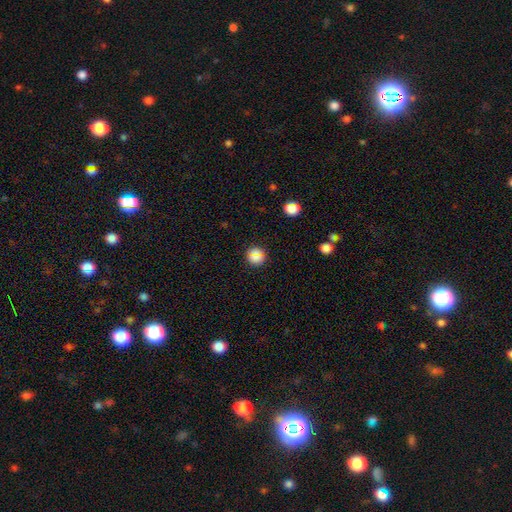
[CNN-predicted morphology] Smooth or featured? Predicted: smooth (p=0.73). How rounded? Predicted: round (p=0.91). Merging? Predicted: none (p=0.86).